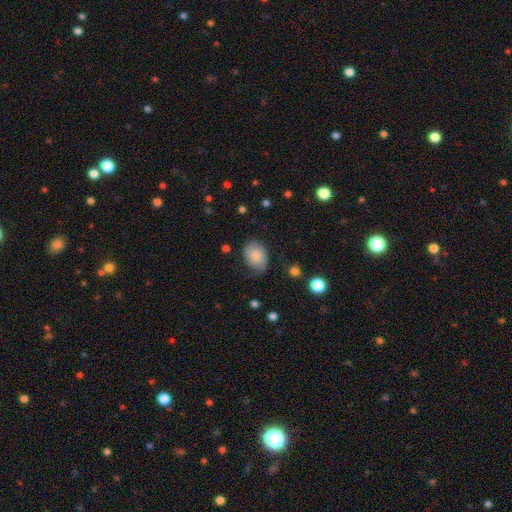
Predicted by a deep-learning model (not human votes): This appears to be a smooth galaxy with no disk features (71%) that is in between round and cigar-shaped (73%). Merging: none (62%).